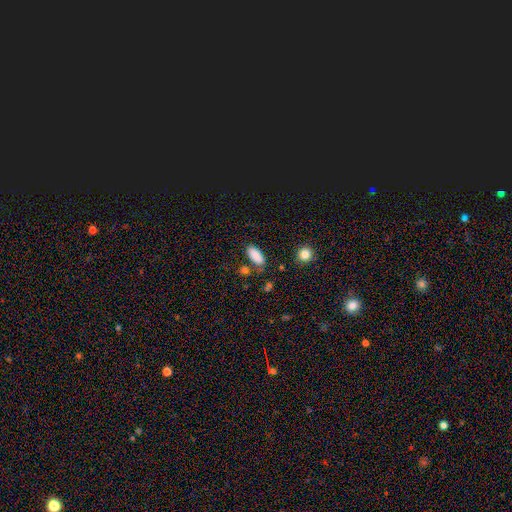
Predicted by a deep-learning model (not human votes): smooth_or_featured: smooth (p=0.87) [alt: star or artifact p=0.08]
how_rounded: in between (p=0.89) [alt: cigar-shaped p=0.08]
merging: none (p=0.73) [alt: minor disturbance p=0.17]